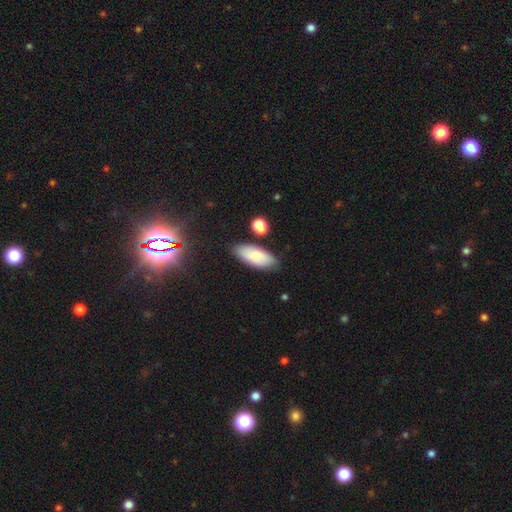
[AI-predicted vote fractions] smooth-or-featured: smooth: 76% | featured or disk: 17% | star or artifact: 7%
  how-rounded: in between: 83% | cigar-shaped: 14% | round: 2%
  merging: none: 79% | minor disturbance: 13% | merger: 6% | major disturbance: 3%